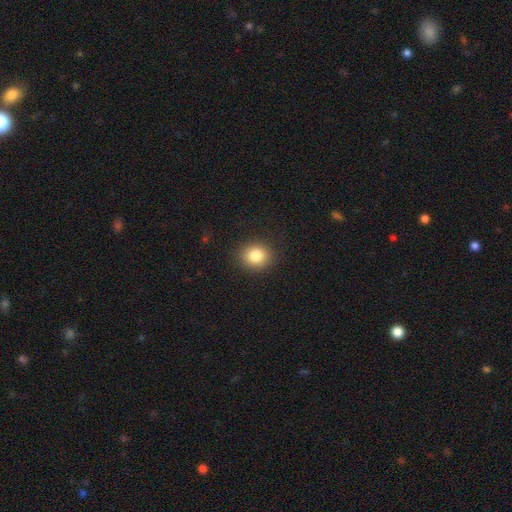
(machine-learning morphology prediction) The model was most divided on "how rounded": round: 77%, in between: 22%, cigar-shaped: 1%. More confident: merging — none (89%); smooth or featured — smooth (83%).